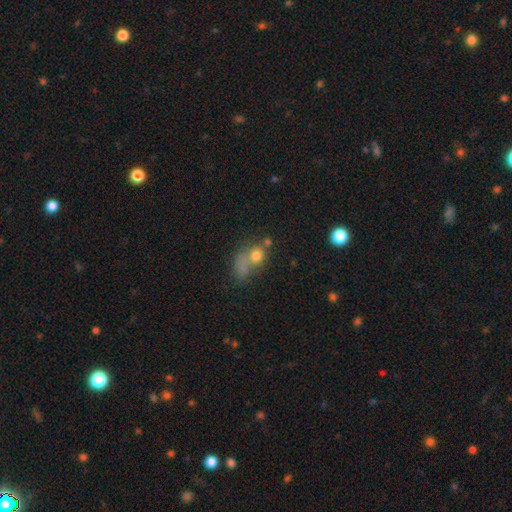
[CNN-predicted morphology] smooth_or_featured: smooth (p=0.59) [alt: star or artifact p=0.21]
how_rounded: round (p=0.57) [alt: in between p=0.40]
merging: merger (p=0.36) [alt: none p=0.31]